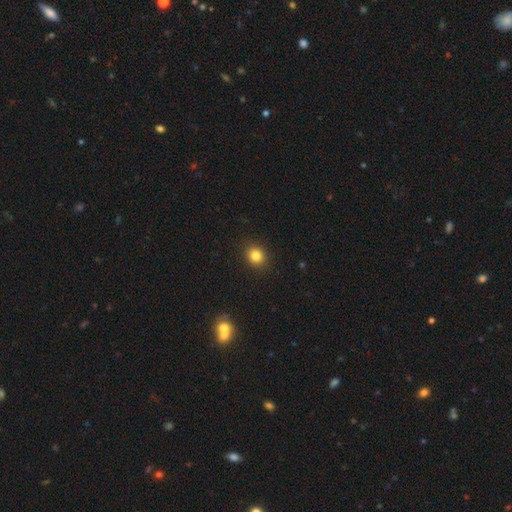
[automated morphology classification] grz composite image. It shows a smooth galaxy with no disk features (83%) that is round (72%). Merging: none (91%).